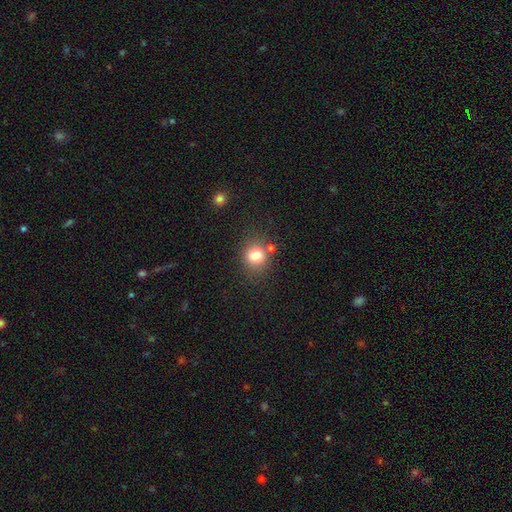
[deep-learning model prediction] smooth_or_featured: smooth (p=0.79) [alt: star or artifact p=0.12]
how_rounded: round (p=0.79) [alt: in between p=0.20]
merging: none (p=0.73) [alt: minor disturbance p=0.12]